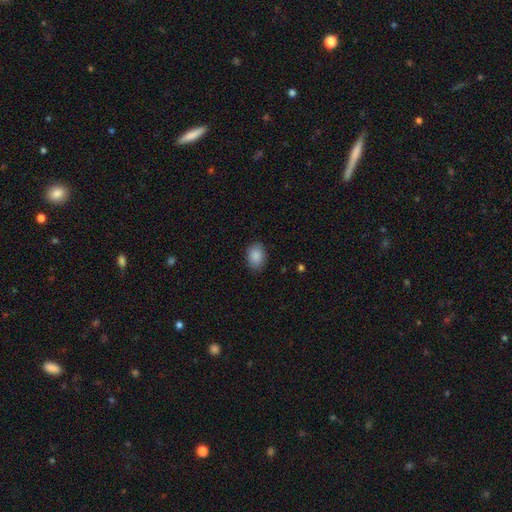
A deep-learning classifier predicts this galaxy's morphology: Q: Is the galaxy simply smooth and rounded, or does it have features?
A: smooth — 88%.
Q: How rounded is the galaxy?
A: in between — 76%.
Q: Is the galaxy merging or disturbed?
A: none — 86%.